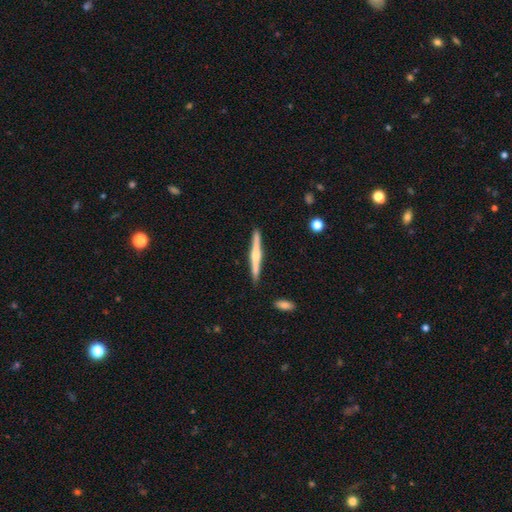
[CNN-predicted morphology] smooth-or-featured: featured or disk: 68% | smooth: 27% | star or artifact: 5%
  disk-edge-on: yes: 98% | no: 2%
    edge-on-bulge: rounded: 79% | boxy: 11% | none: 10%
  merging: none: 90% | minor disturbance: 7% | merger: 1% | major disturbance: 1%